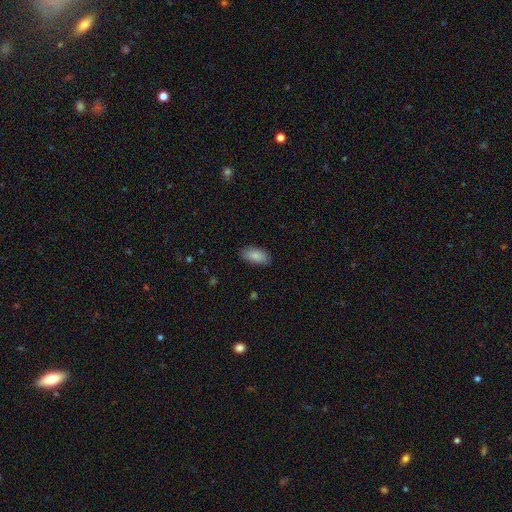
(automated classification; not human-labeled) smooth_or_featured: smooth (p=0.87) [alt: star or artifact p=0.07]
how_rounded: in between (p=0.91) [alt: cigar-shaped p=0.06]
merging: none (p=0.87) [alt: minor disturbance p=0.10]